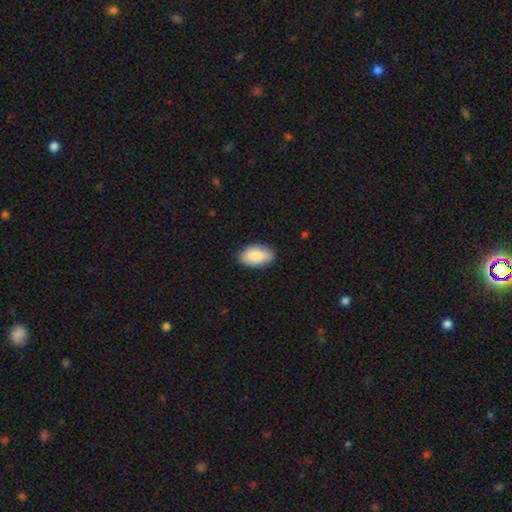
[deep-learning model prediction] Overall: smooth (85%). How rounded: in between (94%). Merging: none (86%).